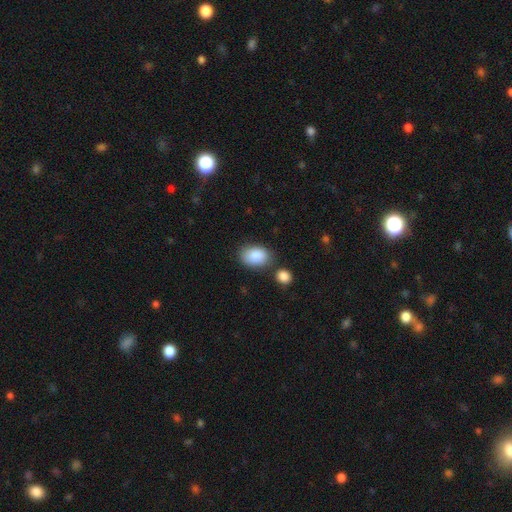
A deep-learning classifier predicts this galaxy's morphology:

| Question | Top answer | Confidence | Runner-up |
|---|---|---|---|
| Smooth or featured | smooth | 88% | star or artifact (7%) |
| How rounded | in between | 85% | round (14%) |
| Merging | none | 72% | minor disturbance (14%) |